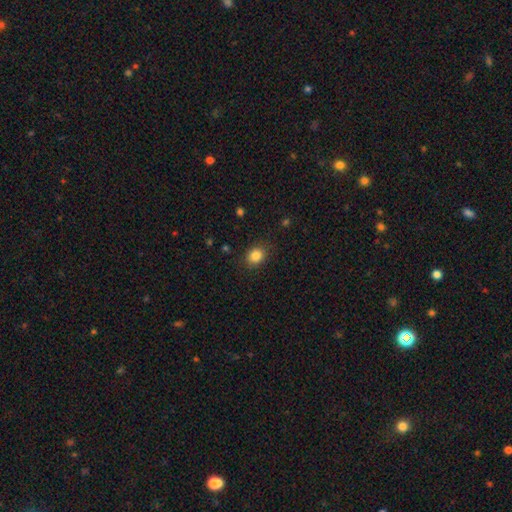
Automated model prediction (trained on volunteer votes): This appears to be a smooth galaxy with no disk features (84%) that is round (56%). Merging: none (86%).